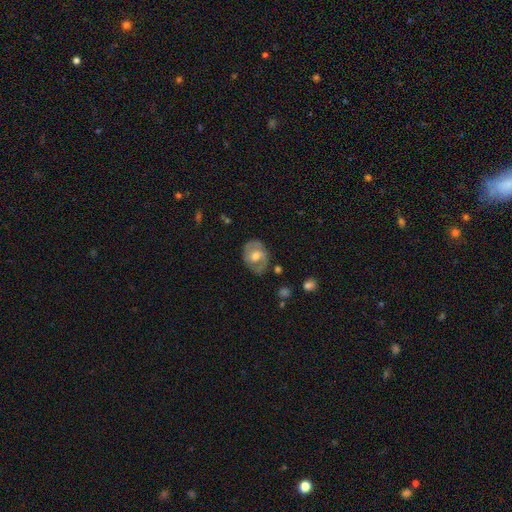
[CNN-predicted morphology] A featured or disk galaxy (63%) with no bar (43%, tied with weak), spiral arms (72%) and a moderate central bulge (69%).

Vote fractions:
- Smooth or featured? featured or disk: 63% / smooth: 31% / star or artifact: 6%
- Edge-on disk? no: 96% / yes: 4%
- Bar? no: 43% (tied) / weak: 43% (tied) / strong: 14%
- Spiral arms? yes: 72% / no: 28%
- Bulge size? moderate: 69% / small: 16% / large: 12% / none: 2% / dominant: 1%
- Merging? none: 74% / minor disturbance: 17% / major disturbance: 6% / merger: 2%